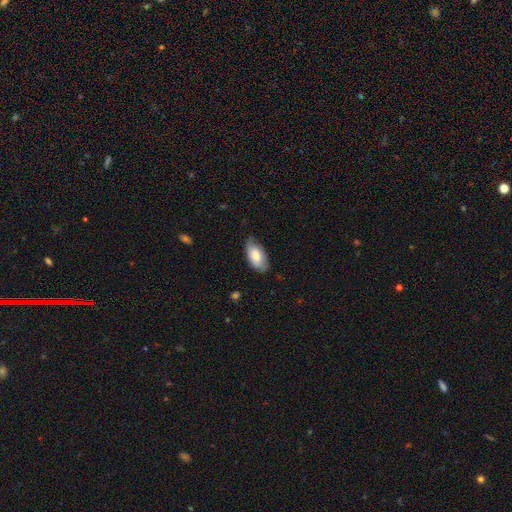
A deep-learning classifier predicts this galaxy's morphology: Q: Smooth or featured?
A: smooth (73%); runner-up: featured or disk (21%)
Q: How rounded?
A: in between (94%); runner-up: cigar-shaped (4%)
Q: Merging?
A: none (67%); runner-up: minor disturbance (27%)